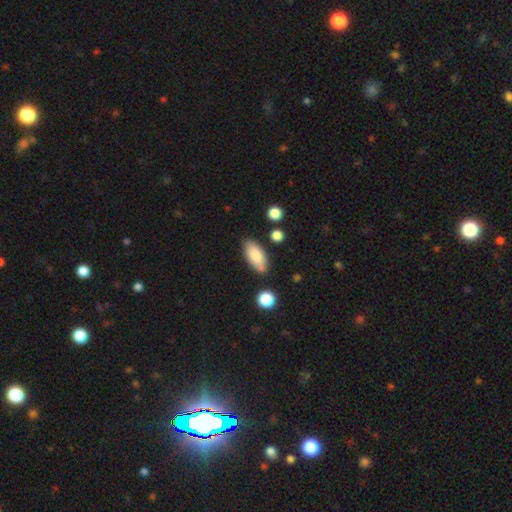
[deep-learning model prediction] Overall: smooth (83%). How rounded: in between (88%). Merging: none (77%).